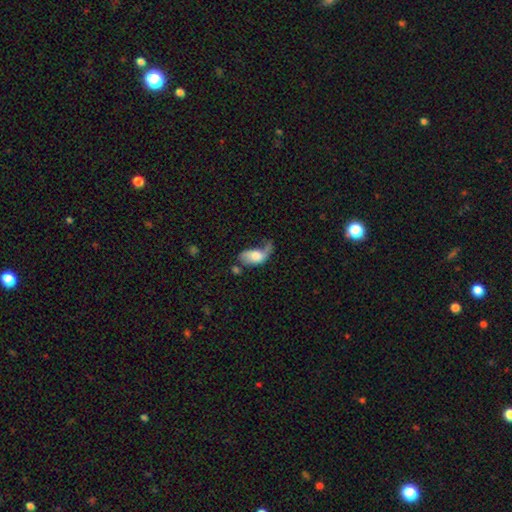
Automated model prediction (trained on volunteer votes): smooth-or-featured: smooth: 57% | featured or disk: 35% | star or artifact: 8%
  how-rounded: in between: 90% | round: 6% | cigar-shaped: 4%
  merging: major disturbance: 41% | minor disturbance: 23% | none: 21% | merger: 14%